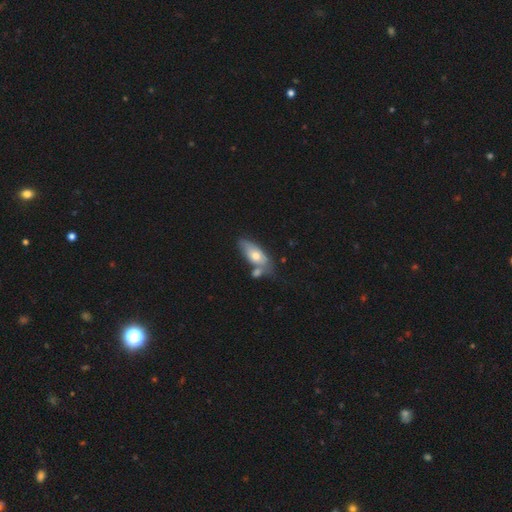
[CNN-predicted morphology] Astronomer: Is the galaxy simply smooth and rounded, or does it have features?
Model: smooth — 64%.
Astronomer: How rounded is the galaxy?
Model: in between — 81%.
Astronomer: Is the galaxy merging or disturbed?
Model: none — 50% (runner-up: merger, 28%).